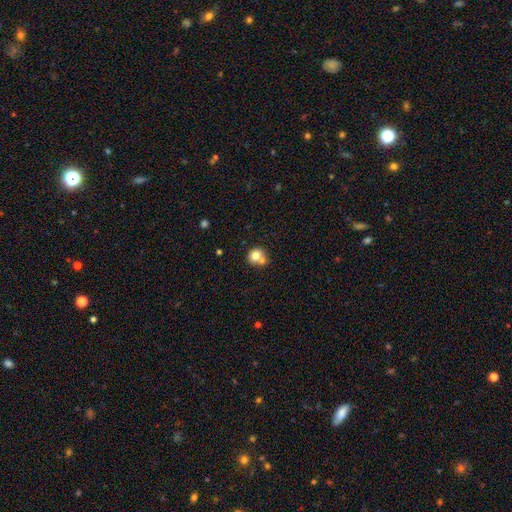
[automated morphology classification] smooth-or-featured: smooth: 76% | featured or disk: 14% | star or artifact: 10%
  how-rounded: round: 84% | in between: 15% | cigar-shaped: 1%
  merging: none: 45% | merger: 43% | minor disturbance: 9% | major disturbance: 3%